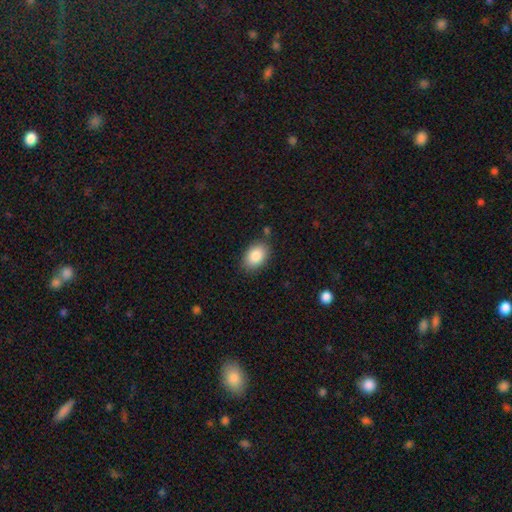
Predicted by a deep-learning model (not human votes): Overall: smooth (87%). How rounded: in between (85%). Merging: none (83%).